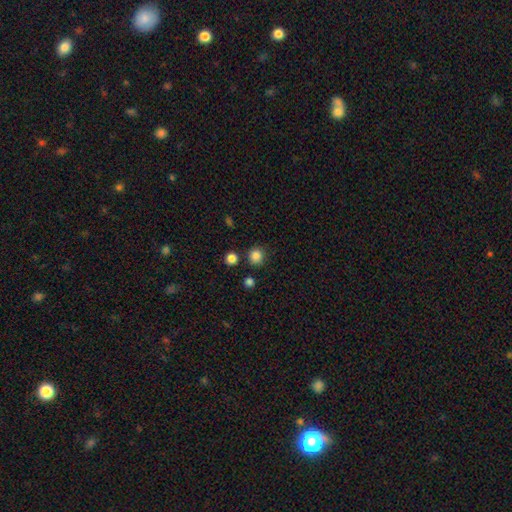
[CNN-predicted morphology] The model was most divided on "smooth or featured": smooth: 85%, star or artifact: 12%, featured or disk: 3%. More confident: how rounded — round (91%); merging — none (85%).